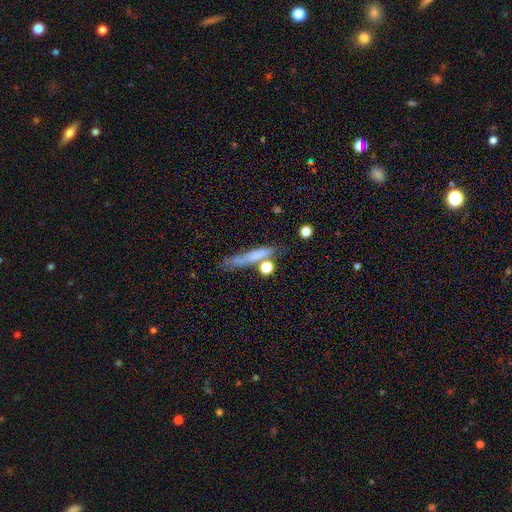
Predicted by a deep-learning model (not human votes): smooth 61%, featured or disk 27%, star or artifact 11%. Down the decision tree: how rounded — cigar-shaped (80%); merging — none (54%).